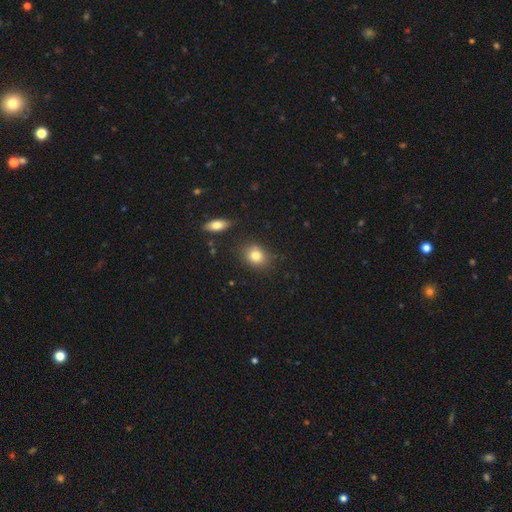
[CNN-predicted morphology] Q: Smooth or featured?
A: smooth (81%); runner-up: star or artifact (10%)
Q: How rounded?
A: round (51%); runner-up: in between (47%)
Q: Merging?
A: none (81%); runner-up: minor disturbance (13%)